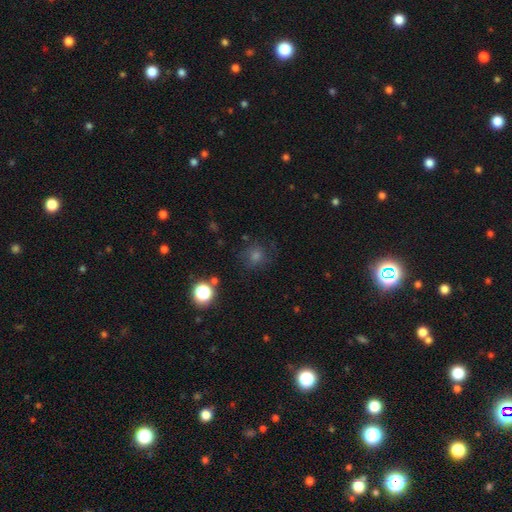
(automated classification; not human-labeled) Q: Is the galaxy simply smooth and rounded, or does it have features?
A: smooth — 49%.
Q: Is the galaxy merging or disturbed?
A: none — 76%.